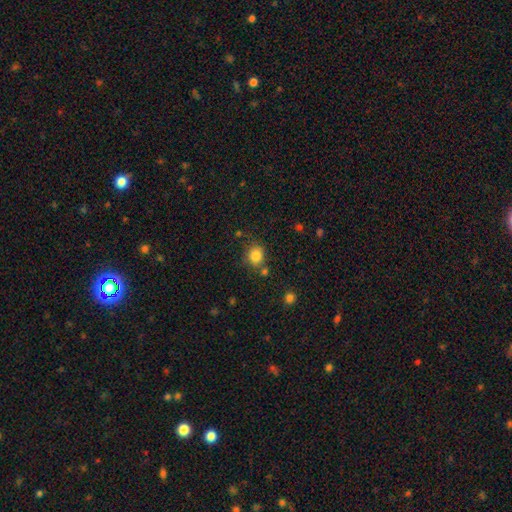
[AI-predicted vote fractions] Smooth or featured?
  - smooth: 84% *
  - star or artifact: 11%
  - featured or disk: 5%
How rounded?
  - round: 73% *
  - in between: 26%
  - cigar-shaped: 1%
Merging?
  - none: 71% *
  - minor disturbance: 14%
  - merger: 10%
  - major disturbance: 5%